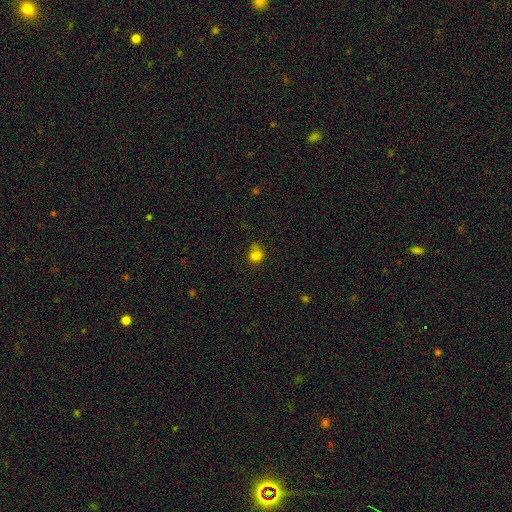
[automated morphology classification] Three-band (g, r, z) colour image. It shows a smooth galaxy with no disk features (79%) that is round (66%). Merging: none (46%).